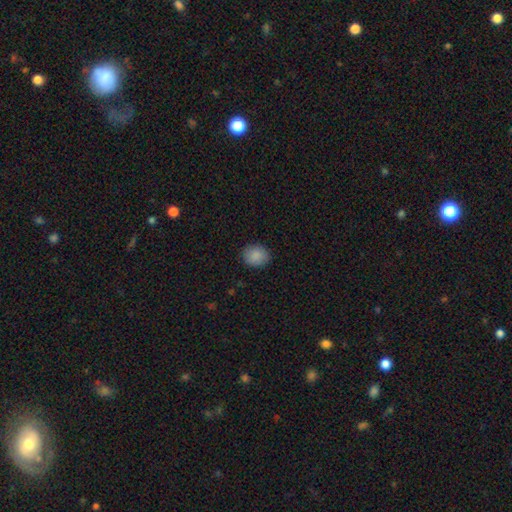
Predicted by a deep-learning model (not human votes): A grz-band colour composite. It shows a smooth galaxy with no disk features (88%) that is round (67%). Merging: none (88%).